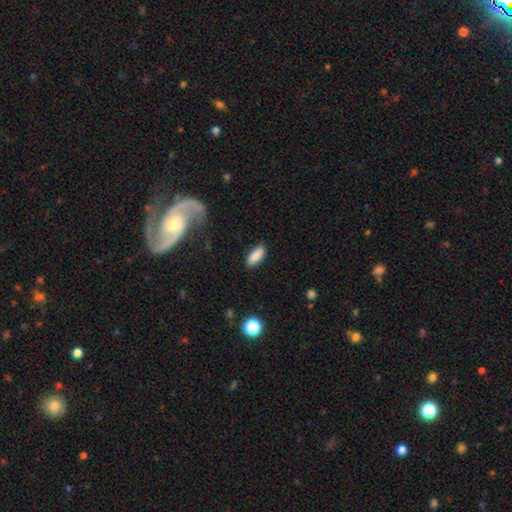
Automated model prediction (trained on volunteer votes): Morphology: type=smooth (86%); roundness=in between (82%); merging=none (87%).